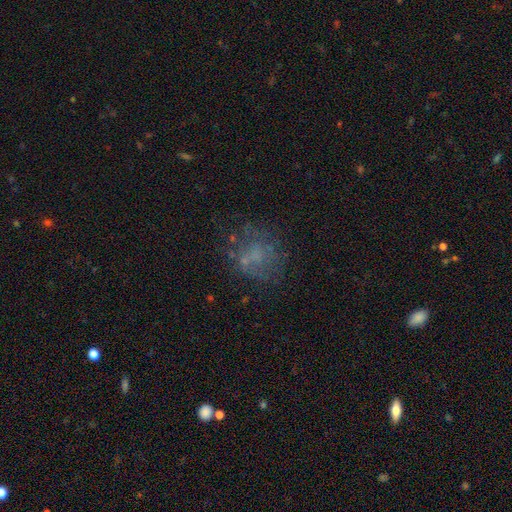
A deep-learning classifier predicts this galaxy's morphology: Smooth or featured? smooth (41%)
Merging? none (57%)